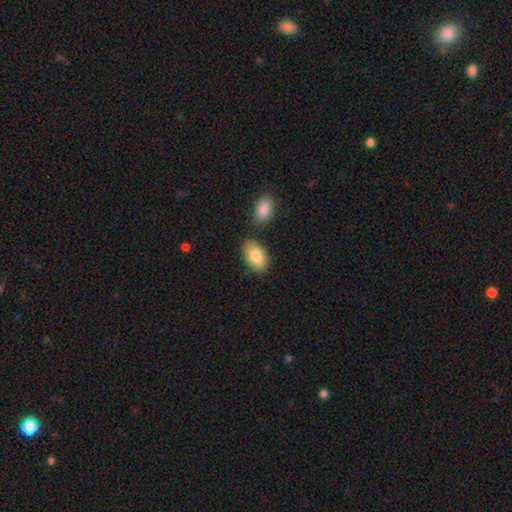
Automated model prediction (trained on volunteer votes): A smooth galaxy with no disk features (83%) that is in between round and cigar-shaped (93%).

Vote fractions:
- Smooth or featured? smooth: 83% / featured or disk: 11% / star or artifact: 6%
- How rounded? in between: 93% / round: 5% / cigar-shaped: 2%
- Merging? none: 74% / minor disturbance: 14% / merger: 9% / major disturbance: 3%